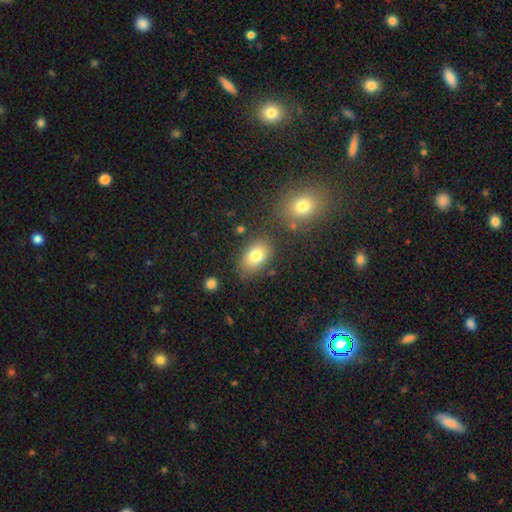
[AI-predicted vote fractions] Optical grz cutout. It shows a smooth galaxy with no disk features (79%) that is in between round and cigar-shaped (85%). Merging: none (77%).